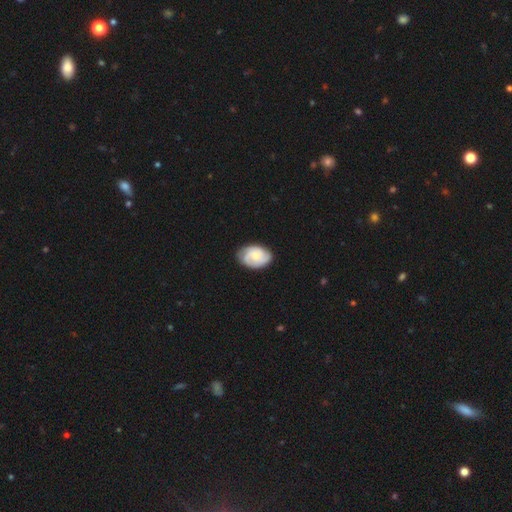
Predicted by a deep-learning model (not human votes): smooth_or_featured: featured or disk (p=0.60) [alt: smooth p=0.34]
disk_edge_on: no (p=0.97) [alt: yes p=0.03]
bar: no (p=0.71) [alt: weak p=0.25]
has_spiral_arms: yes (p=0.93) [alt: no p=0.07]
spiral_winding: tight (p=0.55) [alt: medium p=0.35]
spiral_arm_count: 3 (p=0.35) [alt: 2 p=0.31]
bulge_size: small (p=0.44) [alt: moderate p=0.38]
merging: none (p=0.78) [alt: minor disturbance p=0.17]